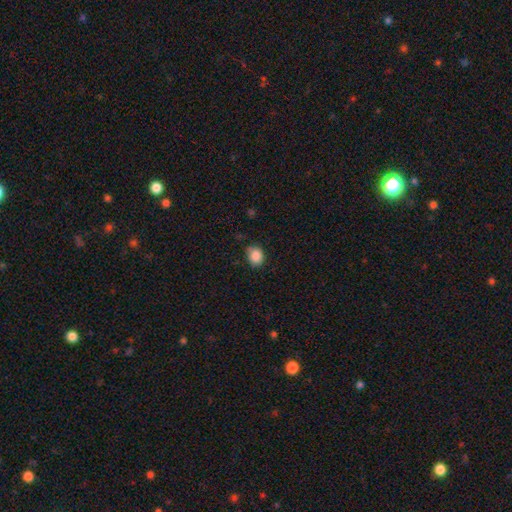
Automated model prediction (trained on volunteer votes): smooth 87%, star or artifact 9%, featured or disk 4%. Down the decision tree: how rounded — round (53%); merging — none (72%).